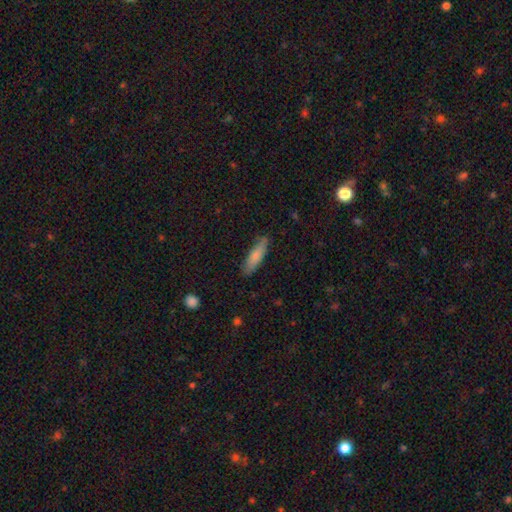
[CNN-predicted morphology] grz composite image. It shows a smooth galaxy with no disk features (78%) that is cigar-shaped (65%). Merging: none (83%).